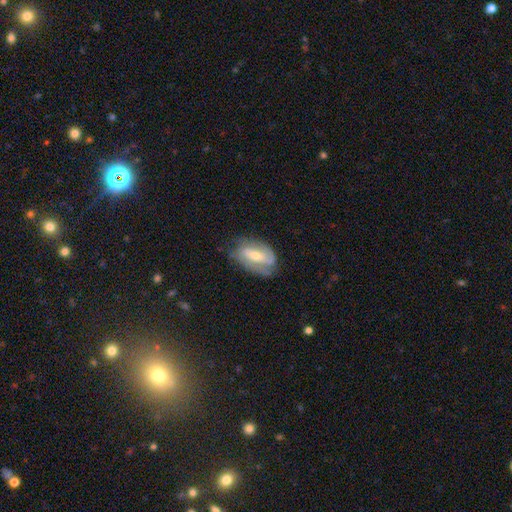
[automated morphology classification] Overall: featured or disk (71%). Edge-on disk: no (94%). Bar: weak (39%; no 31%). Spiral arms: yes (86%). Spiral arm count: 2 (59%; can't tell 21%). Spiral winding: medium (41%; tight 39%). Bulge size: moderate (49%; small 46%). Merging: none (64%; minor disturbance 25%).